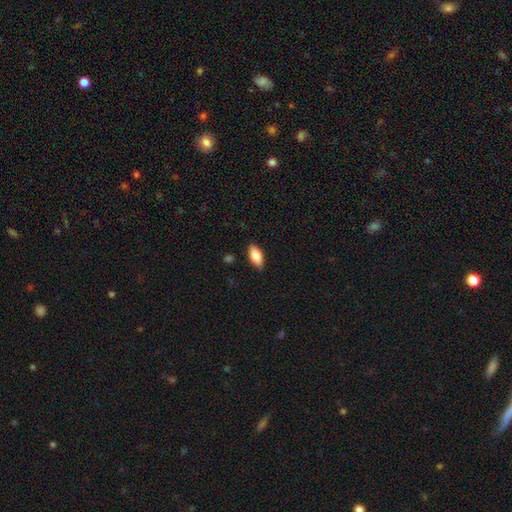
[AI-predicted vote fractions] This appears to be a smooth galaxy with no disk features (80%) that is in between round and cigar-shaped (85%). Merging: none (85%).